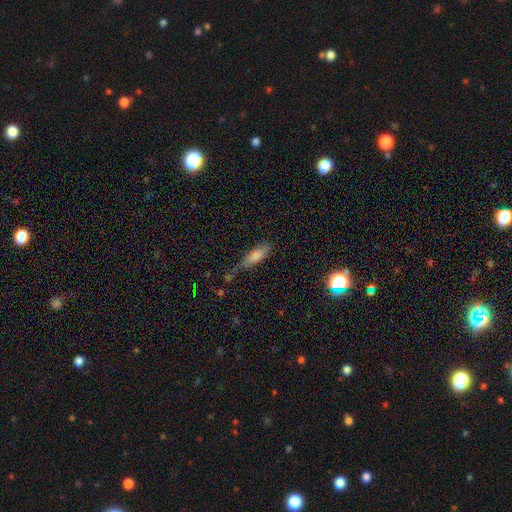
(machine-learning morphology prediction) Smooth or featured? Predicted: smooth (p=0.80). How rounded? Predicted: in between (p=0.54). Merging? Predicted: none (p=0.50).